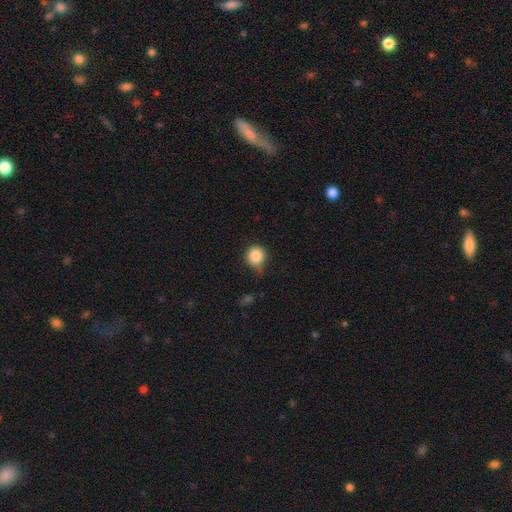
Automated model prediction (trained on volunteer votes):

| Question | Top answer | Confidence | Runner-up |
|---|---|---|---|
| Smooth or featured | smooth | 85% | star or artifact (10%) |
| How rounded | round | 91% | in between (8%) |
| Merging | none | 61% | minor disturbance (29%) |